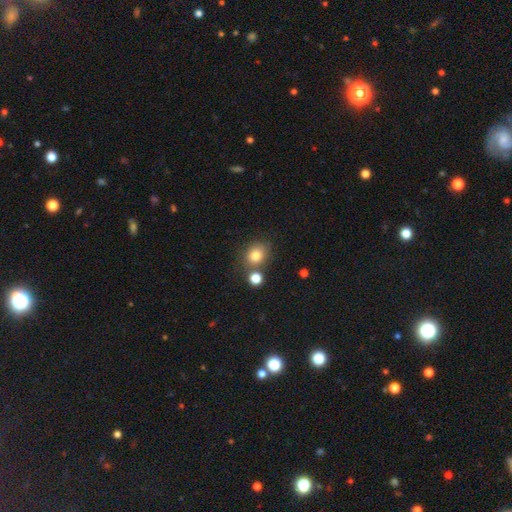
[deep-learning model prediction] Q: Smooth or featured?
A: smooth (81%); runner-up: star or artifact (12%)
Q: How rounded?
A: round (66%); runner-up: in between (33%)
Q: Merging?
A: none (68%); runner-up: merger (17%)